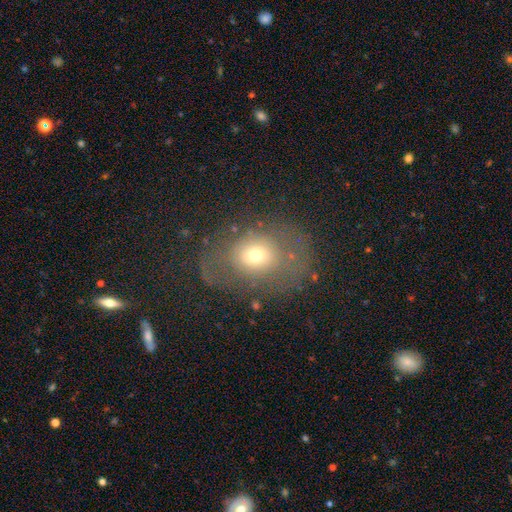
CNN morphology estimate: Smooth or featured?
  - smooth: 57% *
  - featured or disk: 29%
  - star or artifact: 15%
How rounded?
  - in between: 52% *
  - round: 47%
  - cigar-shaped: 1%
Merging?
  - none: 56% *
  - major disturbance: 22%
  - minor disturbance: 19%
  - merger: 3%